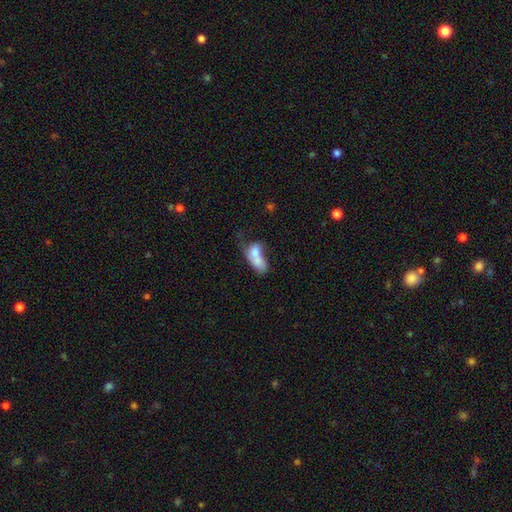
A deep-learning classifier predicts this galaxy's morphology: The model was most divided on "smooth or featured": smooth: 68%, featured or disk: 23%, star or artifact: 8%. More confident: how rounded — in between (78%); merging — merger (67%).